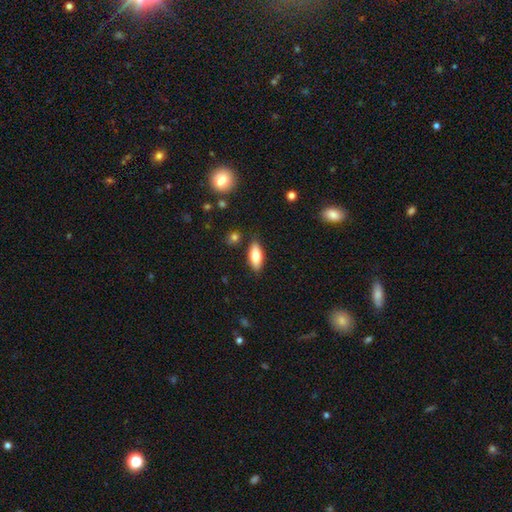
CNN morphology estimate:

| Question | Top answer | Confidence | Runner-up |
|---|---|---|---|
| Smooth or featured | smooth | 77% | featured or disk (17%) |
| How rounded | in between | 79% | cigar-shaped (19%) |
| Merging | none | 84% | minor disturbance (11%) |